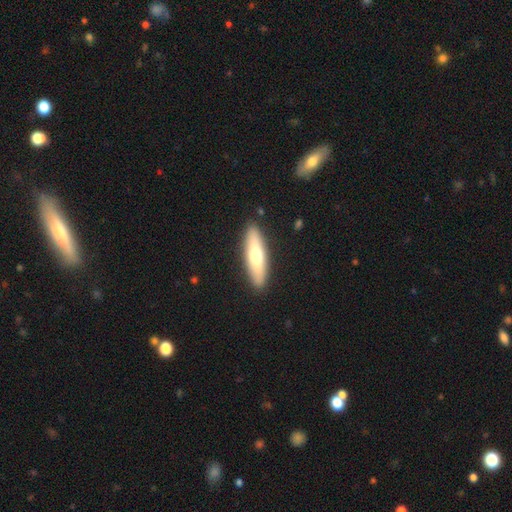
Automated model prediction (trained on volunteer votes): Q: Smooth or featured?
A: smooth (63%); runner-up: featured or disk (32%)
Q: How rounded?
A: cigar-shaped (66%); runner-up: in between (33%)
Q: Merging?
A: none (90%); runner-up: minor disturbance (7%)